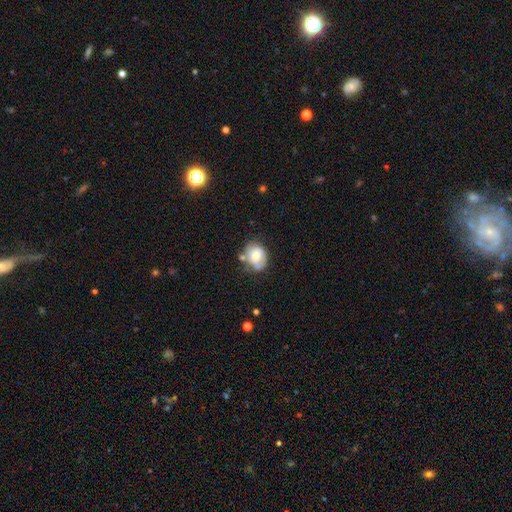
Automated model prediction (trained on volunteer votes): Morphology: type=smooth (64%); roundness=in between (52%); merging=none (51%).